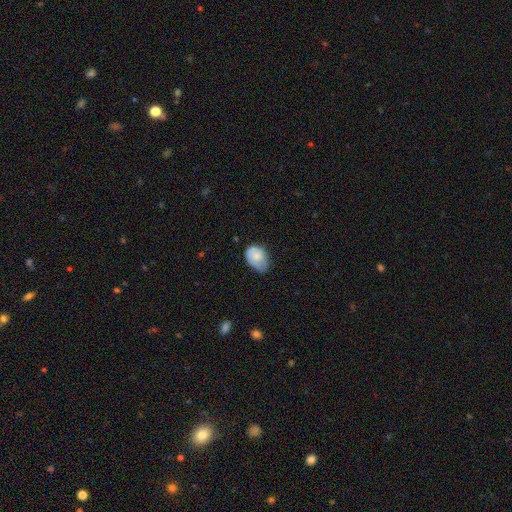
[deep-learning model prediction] Smooth or featured? smooth (69%)
How rounded? in between (78%)
Merging? none (43%, tied with minor disturbance)